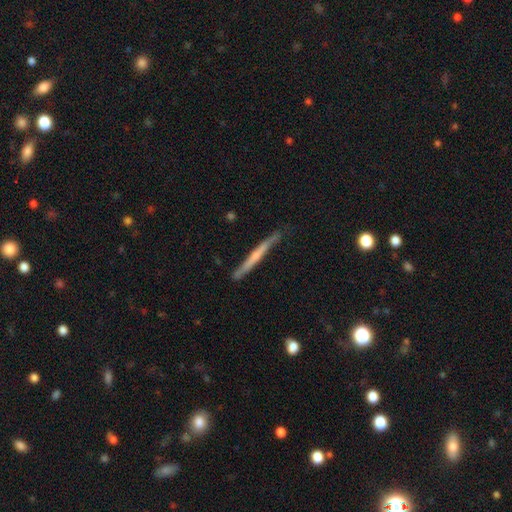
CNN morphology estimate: A featured or disk galaxy (56%) viewed edge-on (95%) with no central bulge (61%).

Vote fractions:
- Smooth or featured? featured or disk: 56% / smooth: 38% / star or artifact: 5%
- Edge-on disk? yes: 95% / no: 5%
- Edge-on bulge? none: 61% / rounded: 31% / boxy: 9%
- Merging? none: 76% / minor disturbance: 19% / major disturbance: 3% / merger: 2%